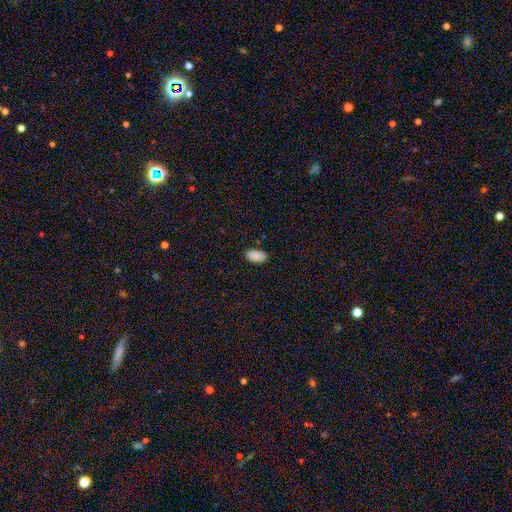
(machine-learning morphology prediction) A smooth galaxy with no disk features (89%) that is in between round and cigar-shaped (95%). Merging: none (84%).